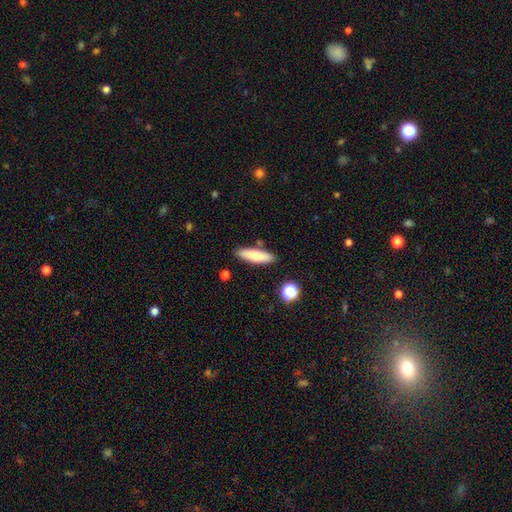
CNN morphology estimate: This appears to be a smooth galaxy with no disk features (71%) that is cigar-shaped (61%). Merging: none (84%).